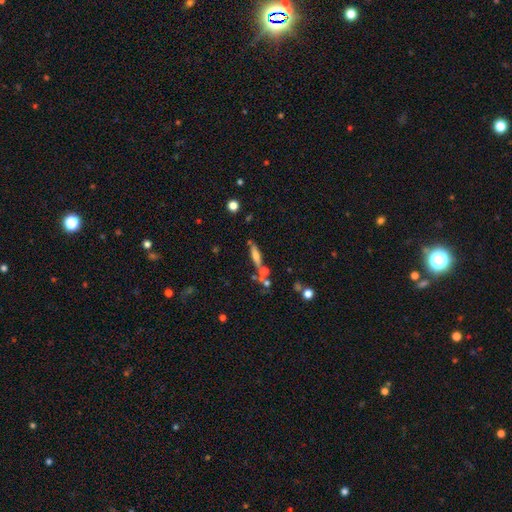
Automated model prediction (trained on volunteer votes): Smooth or featured?
  - smooth: 54% *
  - featured or disk: 35%
  - star or artifact: 10%
How rounded?
  - cigar-shaped: 71% *
  - in between: 26%
  - round: 3%
Merging?
  - none: 60% *
  - merger: 19%
  - minor disturbance: 15%
  - major disturbance: 6%